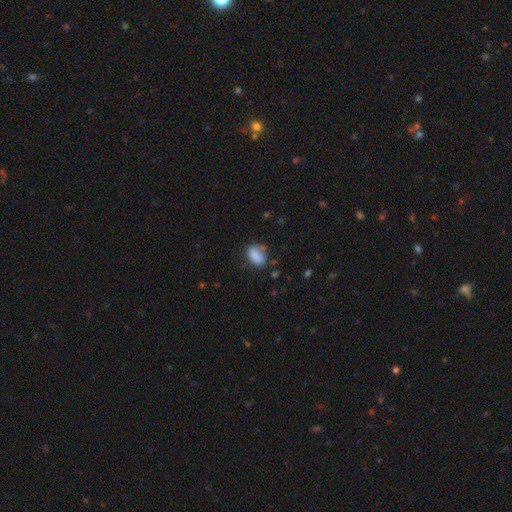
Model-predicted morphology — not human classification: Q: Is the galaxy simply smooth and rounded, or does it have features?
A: smooth — 84%.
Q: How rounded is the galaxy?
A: in between — 83%.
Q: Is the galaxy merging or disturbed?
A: none — 60%.